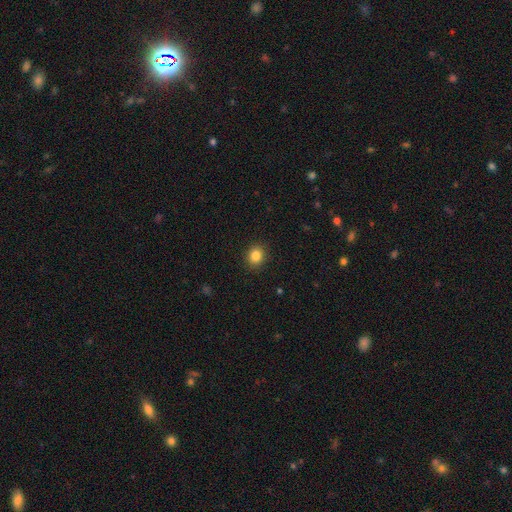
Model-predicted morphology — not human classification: smooth-or-featured: smooth: 85% | star or artifact: 11% | featured or disk: 5%
  how-rounded: round: 70% | in between: 29% | cigar-shaped: 1%
  merging: none: 91% | minor disturbance: 6% | major disturbance: 2% | merger: 1%